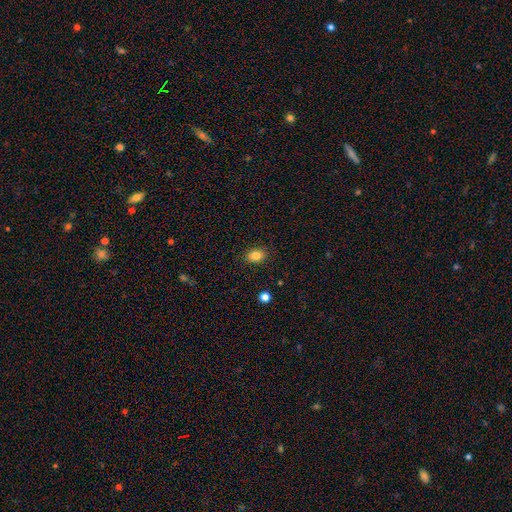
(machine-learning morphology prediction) smooth 85%, star or artifact 10%, featured or disk 5%. Down the decision tree: how rounded — in between (76%); merging — none (88%).